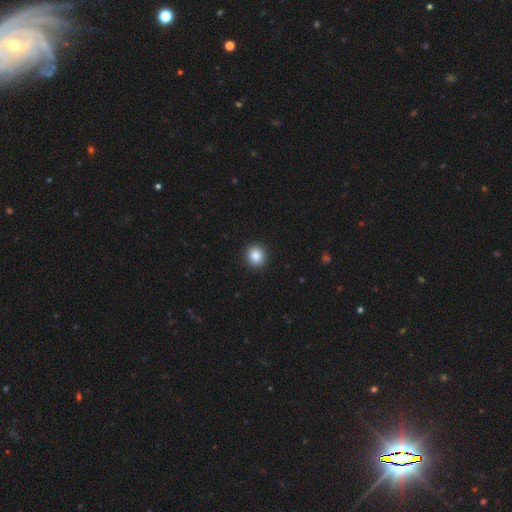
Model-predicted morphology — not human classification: Smooth or featured?
  - smooth: 86% *
  - star or artifact: 9%
  - featured or disk: 4%
How rounded?
  - round: 87% *
  - in between: 12%
  - cigar-shaped: 1%
Merging?
  - none: 93% *
  - minor disturbance: 5%
  - major disturbance: 2%
  - merger: 1%